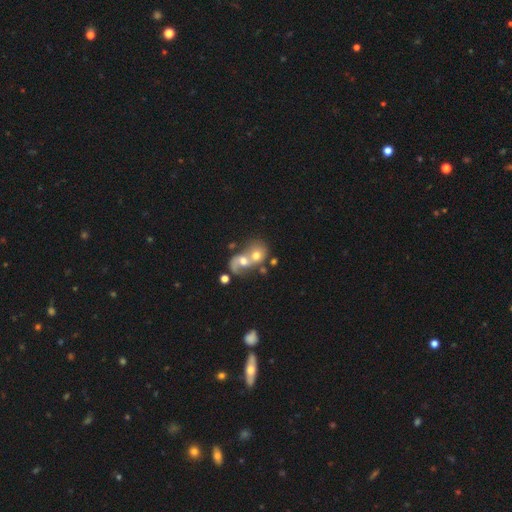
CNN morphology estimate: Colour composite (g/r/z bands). It shows a featured or disk galaxy (47%). Merging: merger (77%).